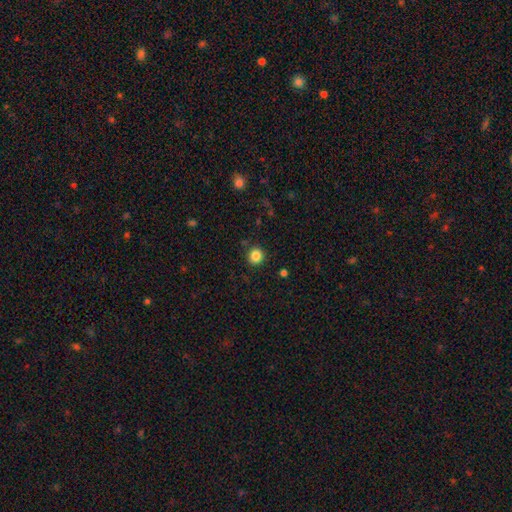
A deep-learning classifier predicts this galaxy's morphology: A smooth galaxy with no disk features (85%) that is round (92%). Merging: none (90%).